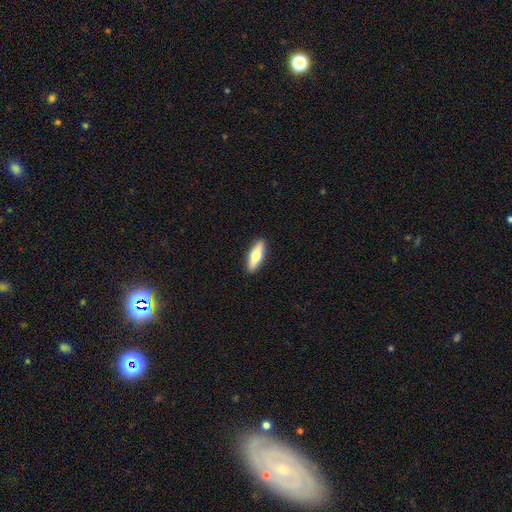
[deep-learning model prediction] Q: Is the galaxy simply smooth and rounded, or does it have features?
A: smooth — 61%.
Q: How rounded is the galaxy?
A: cigar-shaped — 53%.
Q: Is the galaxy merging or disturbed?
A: none — 91%.